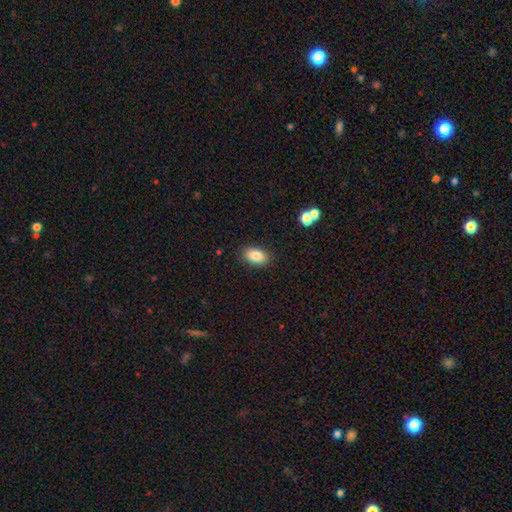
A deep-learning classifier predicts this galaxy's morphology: Smooth or featured? Predicted: smooth (p=0.85). How rounded? Predicted: in between (p=0.91). Merging? Predicted: none (p=0.88).